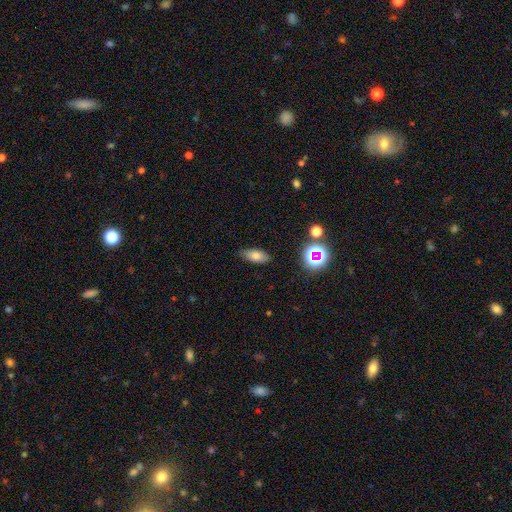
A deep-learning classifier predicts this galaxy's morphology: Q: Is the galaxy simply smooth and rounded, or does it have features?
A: smooth — 74%.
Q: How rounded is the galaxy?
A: in between — 84%.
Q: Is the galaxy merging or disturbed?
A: none — 83%.